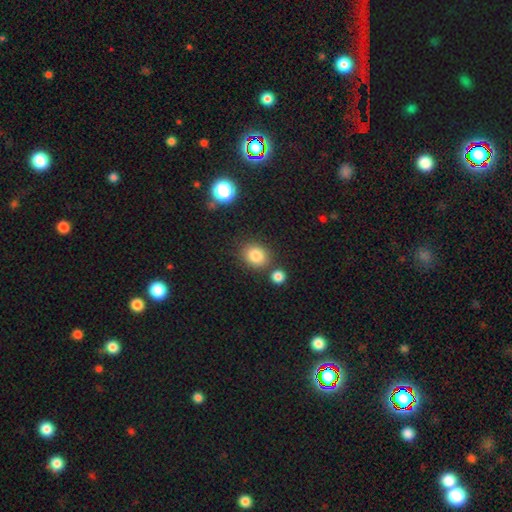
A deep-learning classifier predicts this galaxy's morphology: Q: Smooth or featured?
A: smooth (83%); runner-up: star or artifact (11%)
Q: How rounded?
A: round (60%); runner-up: in between (39%)
Q: Merging?
A: none (75%); runner-up: merger (11%)